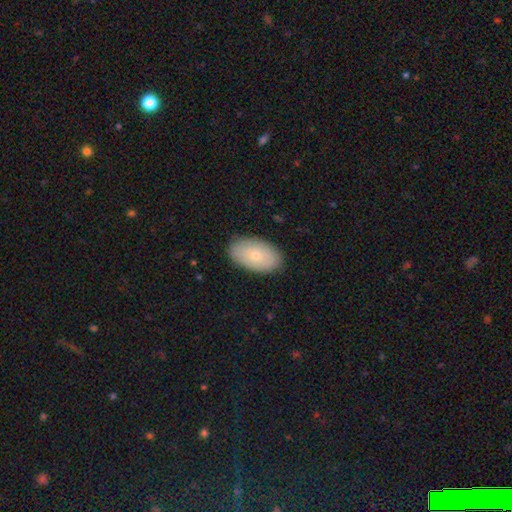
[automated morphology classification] type=smooth (71%); roundness=in between (93%); merging=none (86%).